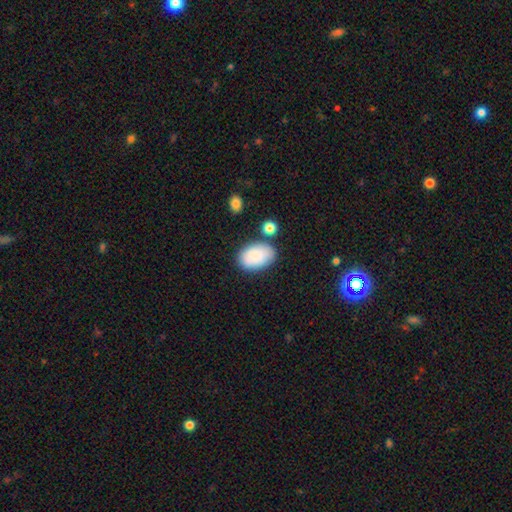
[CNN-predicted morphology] smooth 84%, featured or disk 9%, star or artifact 7%. Down the decision tree: how rounded — in between (90%); merging — none (71%).